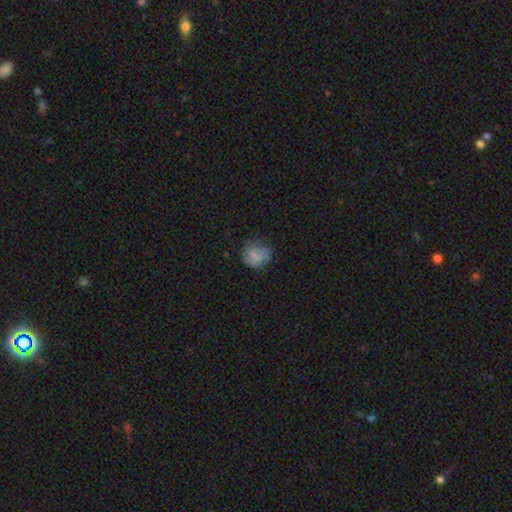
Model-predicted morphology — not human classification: smooth-or-featured: smooth: 74% | featured or disk: 16% | star or artifact: 10%
  how-rounded: round: 70% | in between: 29% | cigar-shaped: 1%
  merging: none: 63% | minor disturbance: 25% | major disturbance: 11% | merger: 1%